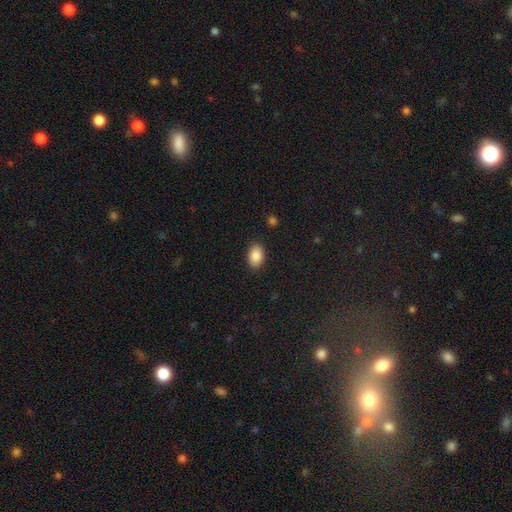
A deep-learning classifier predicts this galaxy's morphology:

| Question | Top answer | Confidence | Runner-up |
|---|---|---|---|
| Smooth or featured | smooth | 87% | star or artifact (8%) |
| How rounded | in between | 89% | round (10%) |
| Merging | none | 88% | minor disturbance (8%) |